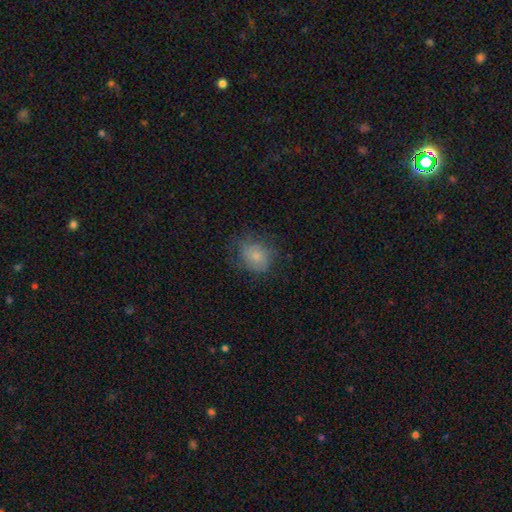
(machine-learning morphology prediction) A smooth galaxy with no disk features (74%) that is round (59%). Merging: none (61%).